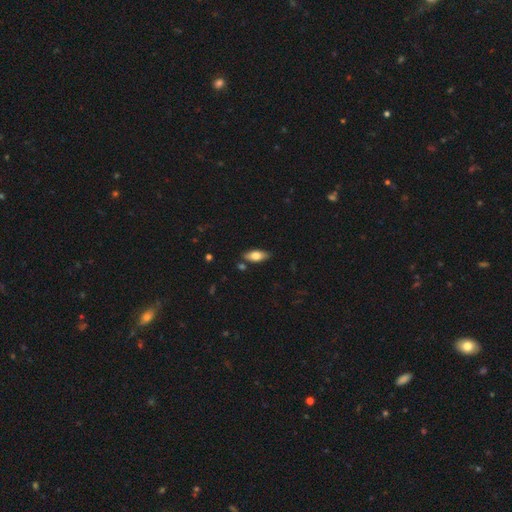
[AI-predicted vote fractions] The model was most divided on "smooth or featured": smooth: 75%, featured or disk: 19%, star or artifact: 6%. More confident: how rounded — in between (85%); merging — none (81%).